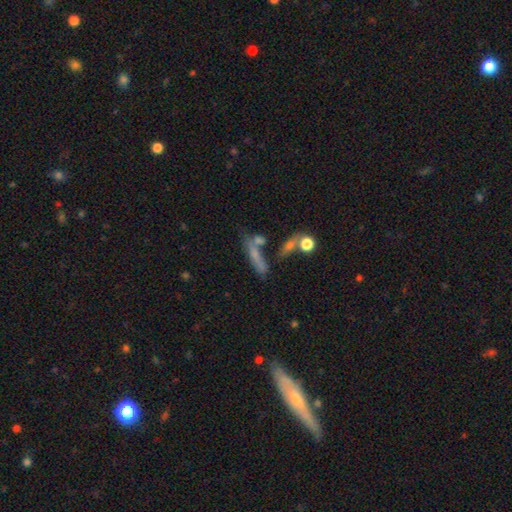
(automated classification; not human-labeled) Smooth or featured: smooth — 56% (featured or disk — 29%)
How rounded: cigar-shaped — 71% (in between — 22%)
Merging: none — 47% (merger — 28%)